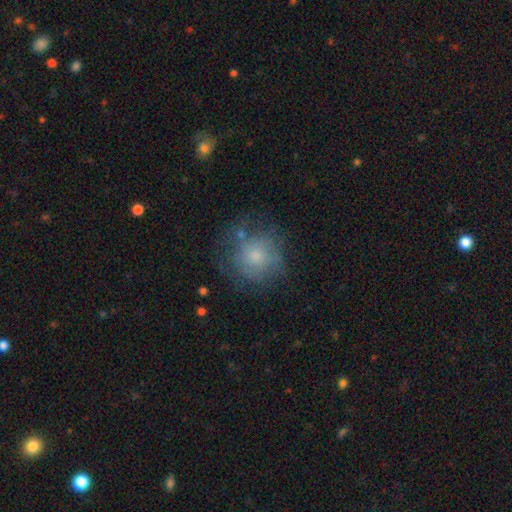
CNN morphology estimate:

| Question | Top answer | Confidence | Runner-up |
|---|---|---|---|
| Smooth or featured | smooth | 65% | featured or disk (25%) |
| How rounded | round | 89% | in between (10%) |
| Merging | none | 60% | minor disturbance (22%) |